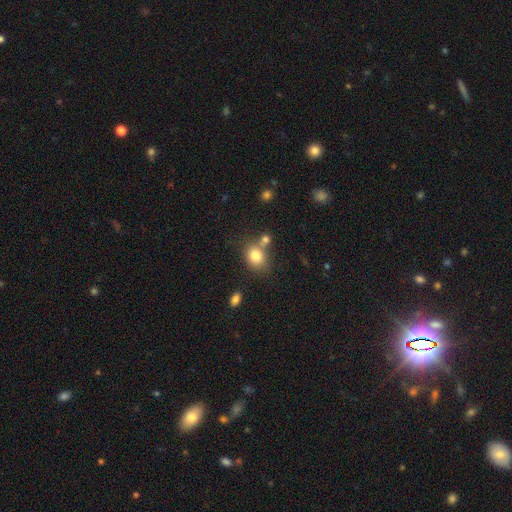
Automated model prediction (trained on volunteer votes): A smooth galaxy with no disk features (80%) that is round (56%). Merging: none (56%).